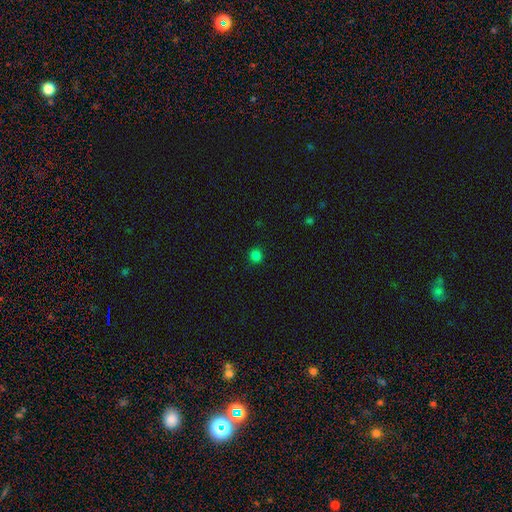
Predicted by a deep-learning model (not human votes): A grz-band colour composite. It shows a smooth galaxy with no disk features (81%) that is round (93%). Merging: none (92%).